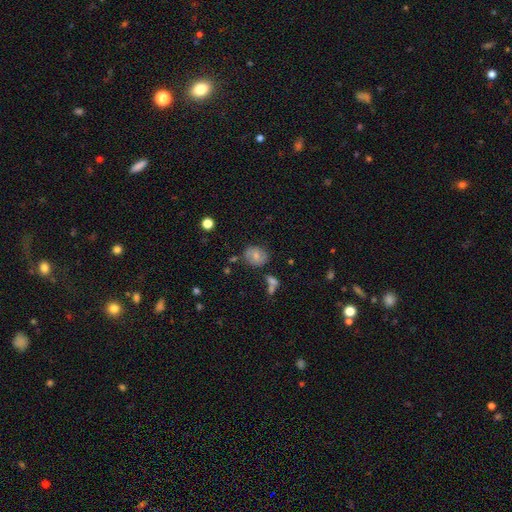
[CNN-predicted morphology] Smooth or featured: smooth — 66% (featured or disk — 25%)
How rounded: round — 58% (in between — 41%)
Merging: none — 71% (minor disturbance — 17%)